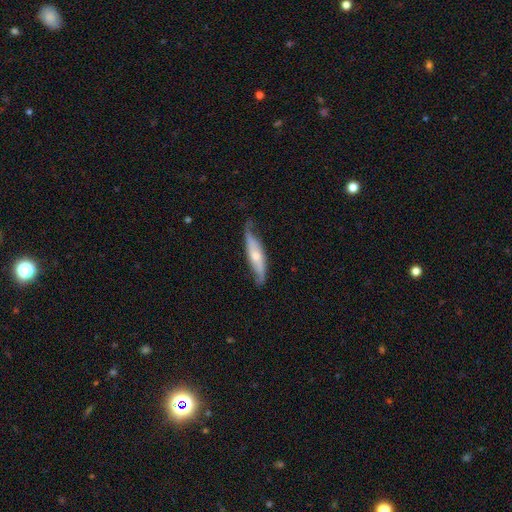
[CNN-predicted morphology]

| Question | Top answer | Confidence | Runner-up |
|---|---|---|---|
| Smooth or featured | featured or disk | 61% | smooth (33%) |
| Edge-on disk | no | 51% | yes (49%) |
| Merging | none | 62% | minor disturbance (28%) |